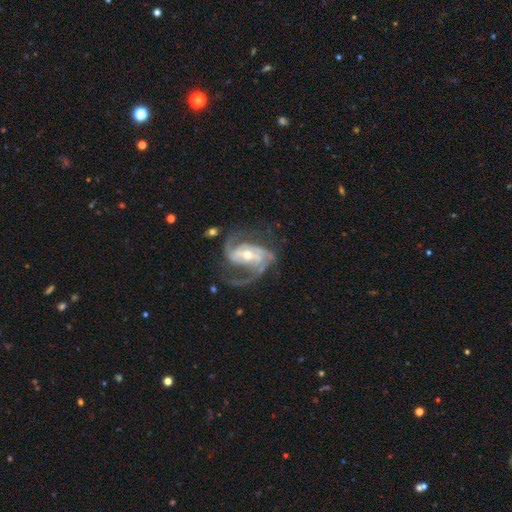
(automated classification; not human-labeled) A featured or disk galaxy (90%) with a strong bar (36%), 2 (54%) medium (53%) spiral arms (97%) and a small central bulge (48%).

Vote fractions:
- Smooth or featured? featured or disk: 90% / star or artifact: 5% / smooth: 4%
- Edge-on disk? no: 97% / yes: 3%
- Bar? strong: 36% / weak: 35% / no: 29%
- Spiral arms? yes: 97% / no: 3%
- Spiral winding? medium: 53% / tight: 24% / loose: 23%
- Spiral arm count? 2: 54% / 3: 25% / can't tell: 8% / 1: 5% / 4: 4% / more than 4: 3%
- Bulge size? small: 48% / moderate: 47% / large: 2% / none: 1% / dominant: 1%
- Merging? none: 57% / major disturbance: 22% / minor disturbance: 18% / merger: 3%